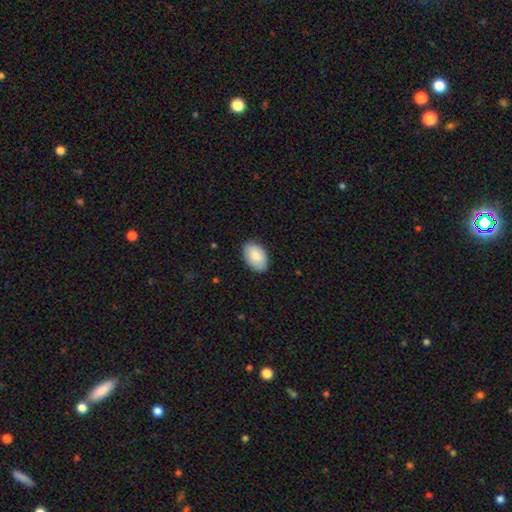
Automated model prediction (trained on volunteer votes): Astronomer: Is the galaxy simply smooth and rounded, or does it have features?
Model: smooth — 85%.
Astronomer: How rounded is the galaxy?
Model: in between — 92%.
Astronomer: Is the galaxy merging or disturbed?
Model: none — 86%.